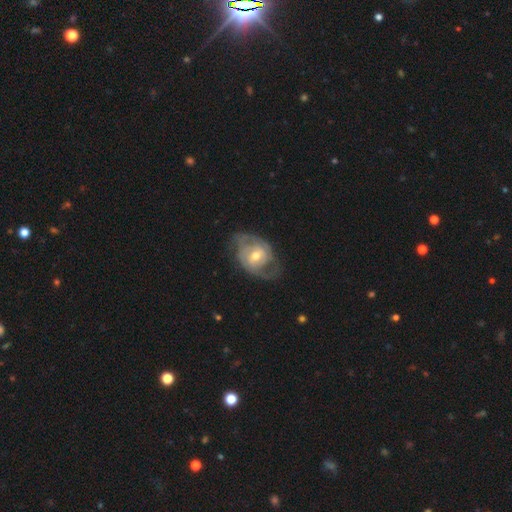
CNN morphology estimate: Smooth or featured? featured or disk (77%)
Edge-on disk? no (96%)
Bar? no (50%)
Spiral arms? yes (82%)
Spiral winding? medium (41%)
Spiral arm count? 2 (59%)
Bulge size? moderate (65%)
Merging? none (56%)